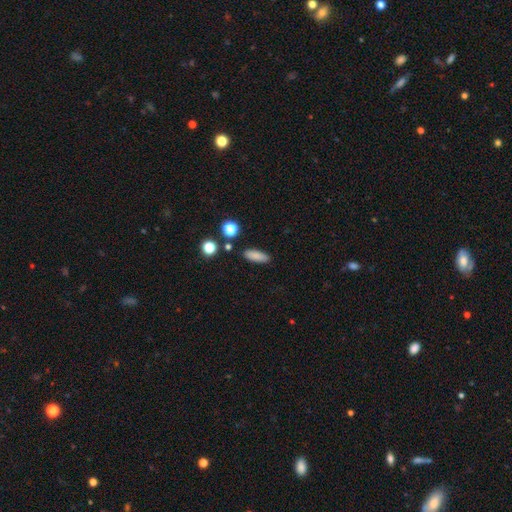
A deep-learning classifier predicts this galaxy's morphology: smooth-or-featured: smooth: 84% | star or artifact: 9% | featured or disk: 6%
  how-rounded: in between: 59% | cigar-shaped: 37% | round: 4%
  merging: none: 87% | minor disturbance: 8% | merger: 3% | major disturbance: 2%